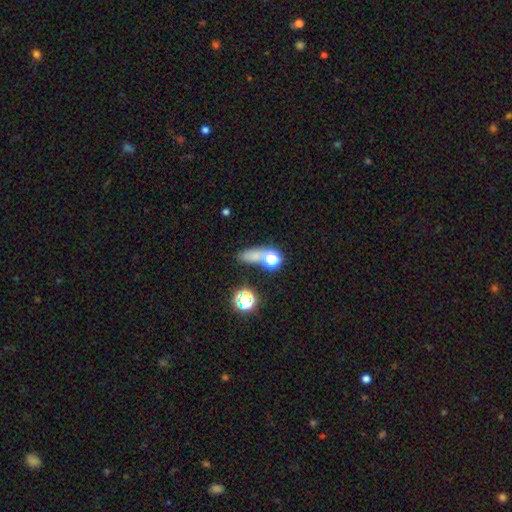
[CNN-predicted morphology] smooth-or-featured: smooth: 60% | star or artifact: 30% | featured or disk: 11%
  how-rounded: in between: 53% | round: 29% | cigar-shaped: 18%
  merging: none: 59% | merger: 21% | minor disturbance: 13% | major disturbance: 7%